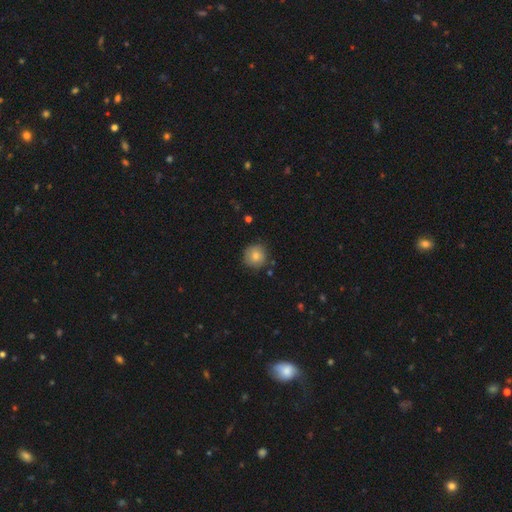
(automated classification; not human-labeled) Smooth or featured? Predicted: smooth (p=0.78). How rounded? Predicted: round (p=0.93). Merging? Predicted: none (p=0.84).